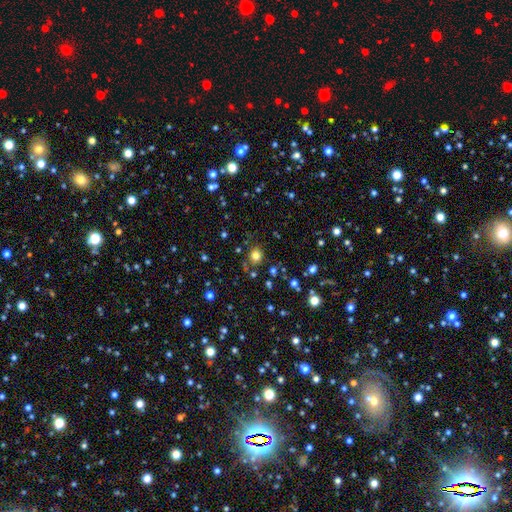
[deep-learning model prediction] smooth-or-featured: smooth: 78% | star or artifact: 16% | featured or disk: 7%
  how-rounded: round: 87% | in between: 12% | cigar-shaped: 1%
  merging: none: 83% | minor disturbance: 9% | merger: 4% | major disturbance: 3%